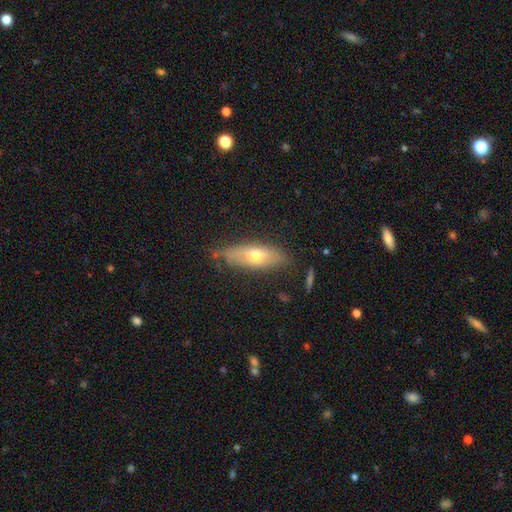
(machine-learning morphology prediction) smooth_or_featured: smooth (p=0.54) [alt: featured or disk p=0.38]
how_rounded: in between (p=0.61) [alt: cigar-shaped p=0.36]
merging: none (p=0.71) [alt: minor disturbance p=0.21]